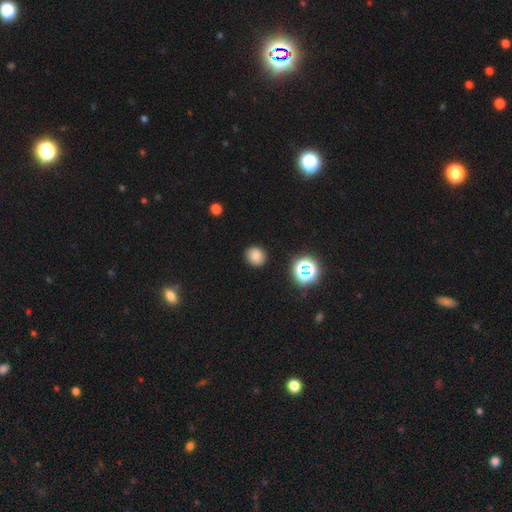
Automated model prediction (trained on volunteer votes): The model was most divided on "how rounded": round: 78%, in between: 21%, cigar-shaped: 1%. More confident: merging — none (89%); smooth or featured — smooth (80%).